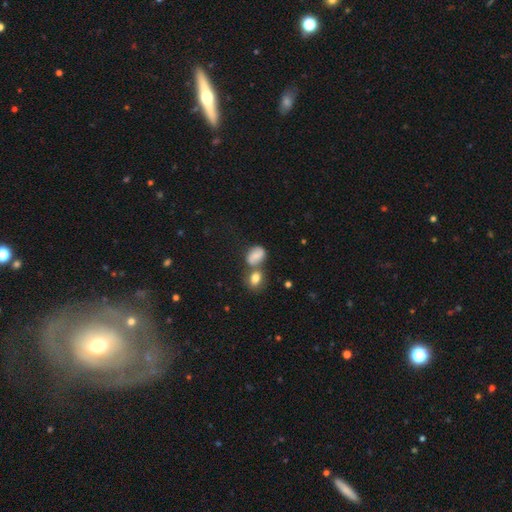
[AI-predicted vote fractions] Smooth or featured: smooth — 69% (featured or disk — 20%)
How rounded: in between — 73% (round — 25%)
Merging: merger — 44% (none — 35%)